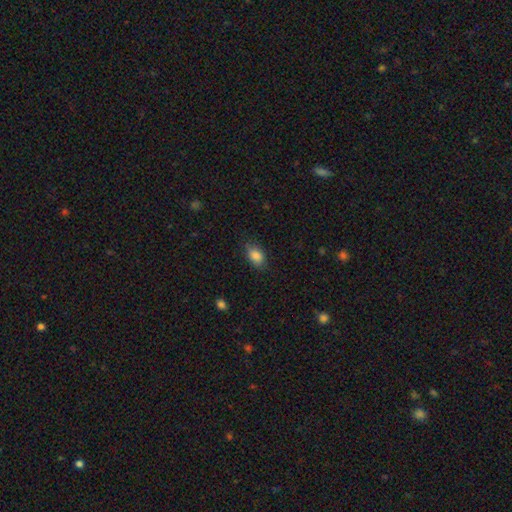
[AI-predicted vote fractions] Q: Smooth or featured?
A: smooth (86%); runner-up: star or artifact (8%)
Q: How rounded?
A: in between (86%); runner-up: round (12%)
Q: Merging?
A: none (80%); runner-up: minor disturbance (15%)